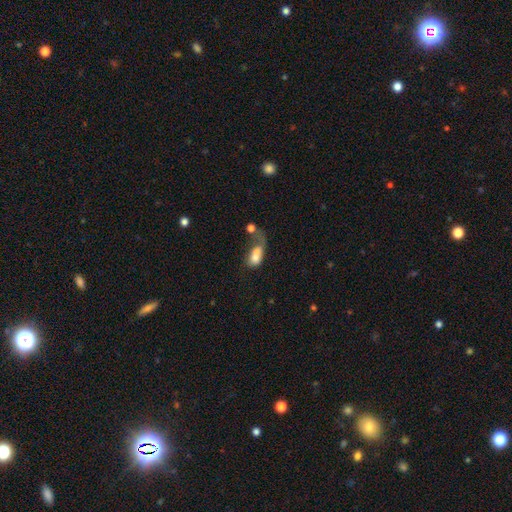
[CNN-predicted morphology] This appears to be a smooth galaxy with no disk features (69%) that is in between round and cigar-shaped (86%). Merging: major disturbance (43%).